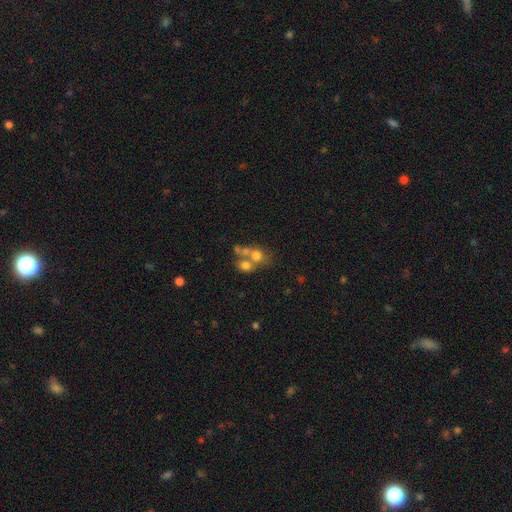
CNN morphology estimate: Overall: smooth (58%; featured or disk 25%). How rounded: round (68%; in between 31%). Merging: merger (56%; none 31%).